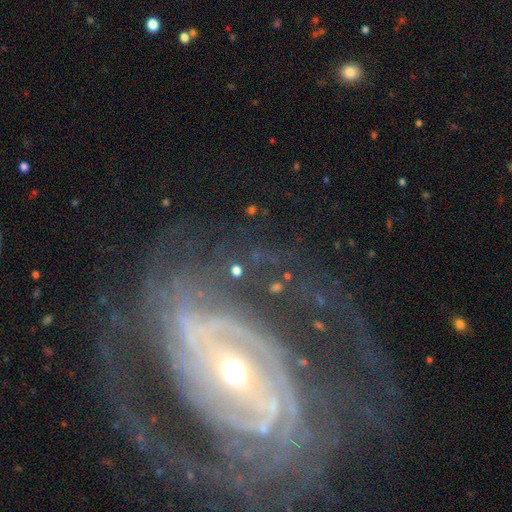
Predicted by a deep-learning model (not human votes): A featured or disk galaxy (89%) with a strong bar (40%), 2 (34%) tight (55%) spiral arms (96%) and a small central bulge (48%).

Vote fractions:
- Smooth or featured? featured or disk: 89% / star or artifact: 7% / smooth: 4%
- Edge-on disk? no: 96% / yes: 4%
- Bar? strong: 40% / weak: 33% / no: 27%
- Spiral arms? yes: 96% / no: 4%
- Spiral winding? tight: 55% / medium: 33% / loose: 12%
- Spiral arm count? 2: 34% / can't tell: 23% / 3: 15% / 4: 11% / more than 4: 9% / 1: 8%
- Bulge size? small: 48% / moderate: 46% / large: 4% / dominant: 1% / none: 1%
- Merging? none: 65% / major disturbance: 17% / minor disturbance: 15% / merger: 3%